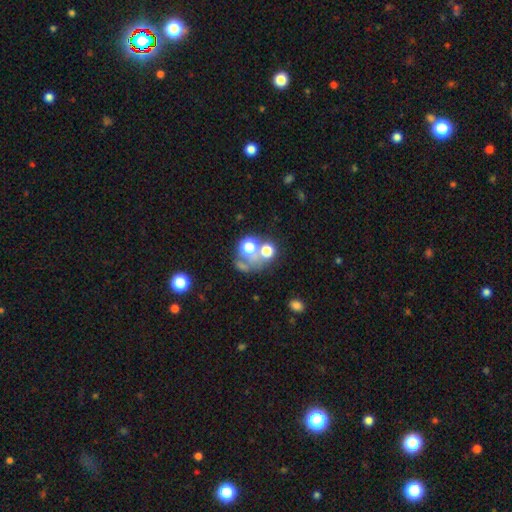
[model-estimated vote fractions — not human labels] smooth 48%, star or artifact 30%, featured or disk 23%. Down the decision tree: merging — merger (39%).